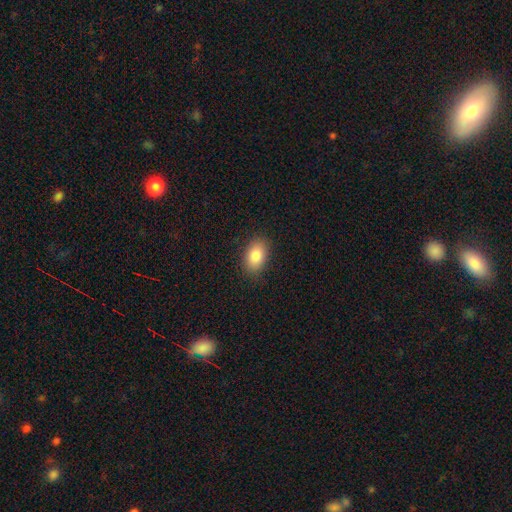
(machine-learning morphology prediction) Smooth or featured? smooth (85%)
How rounded? in between (88%)
Merging? none (88%)